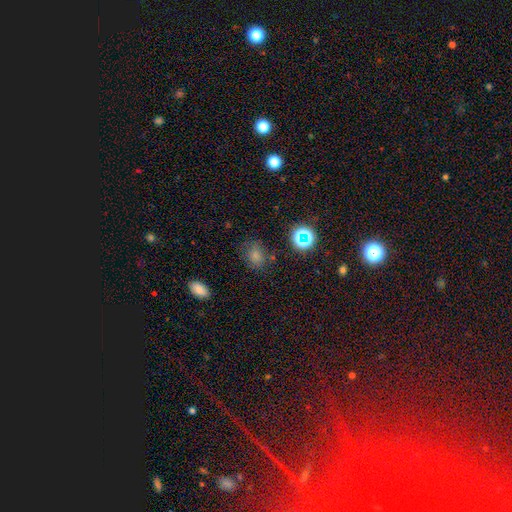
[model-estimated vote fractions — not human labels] Smooth or featured? smooth (71%)
How rounded? round (54%)
Merging? none (70%)